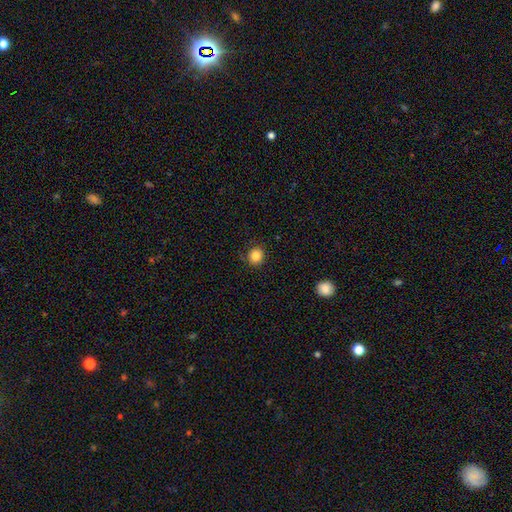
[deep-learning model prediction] Morphology: type=smooth (84%); roundness=round (88%); merging=none (85%).